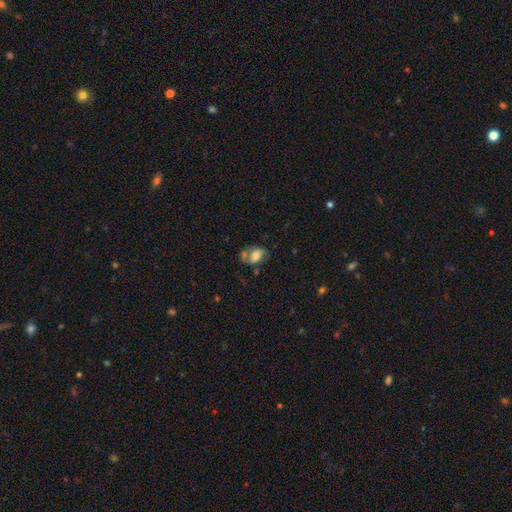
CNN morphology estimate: smooth-or-featured: smooth: 52% | featured or disk: 39% | star or artifact: 9%
  how-rounded: in between: 85% | round: 13% | cigar-shaped: 2%
  merging: none: 39% | minor disturbance: 25% | merger: 19% | major disturbance: 18%